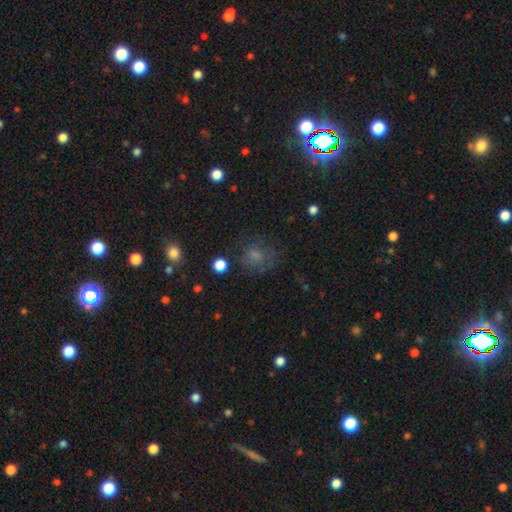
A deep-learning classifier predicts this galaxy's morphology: type=smooth (60%); roundness=round (67%); merging=none (60%).